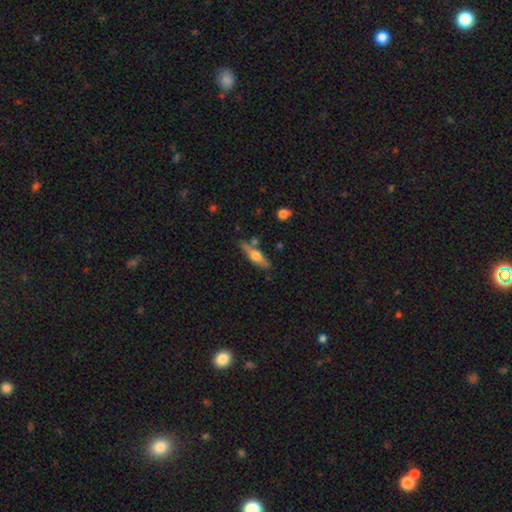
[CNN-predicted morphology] Overall: featured or disk (51%; smooth 42%). Edge-on disk: yes (90%). Merging: none (70%).